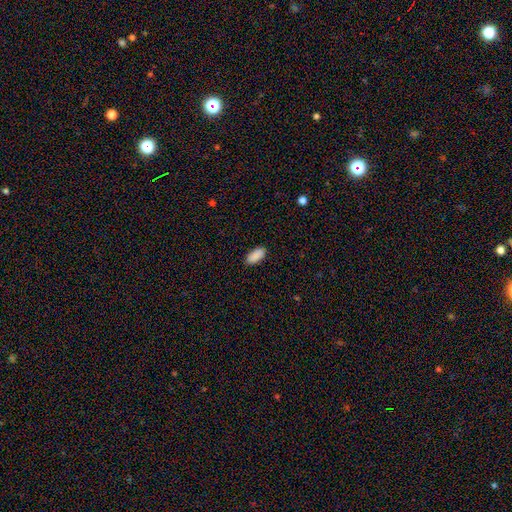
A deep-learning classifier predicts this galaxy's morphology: Smooth or featured? Predicted: smooth (p=0.90). How rounded? Predicted: in between (p=0.89). Merging? Predicted: none (p=0.88).